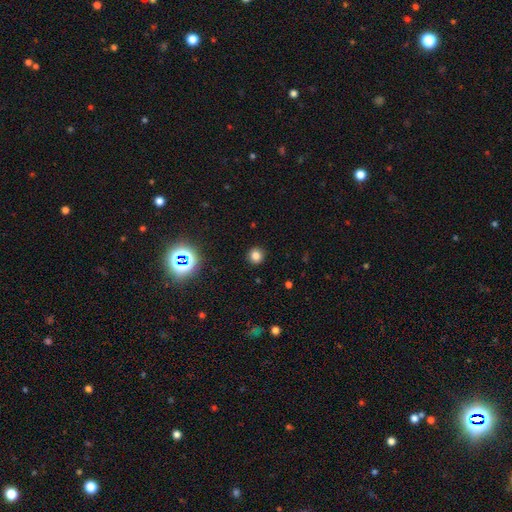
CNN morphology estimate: A smooth galaxy with no disk features (79%) that is round (91%). Merging: none (91%).